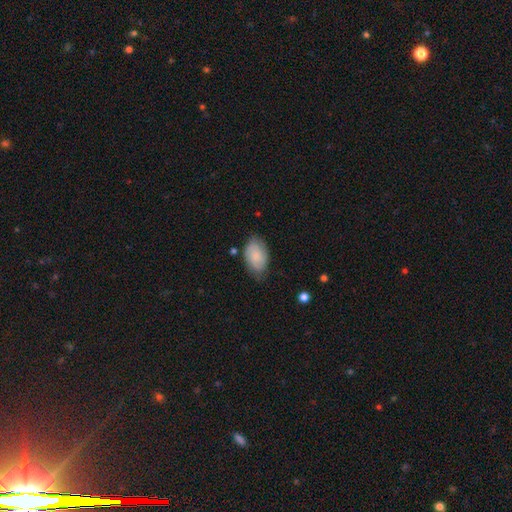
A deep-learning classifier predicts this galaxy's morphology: A smooth galaxy with no disk features (69%) that is in between round and cigar-shaped (92%).

Vote fractions:
- Smooth or featured? smooth: 69% / featured or disk: 24% / star or artifact: 7%
- How rounded? in between: 92% / round: 7% / cigar-shaped: 1%
- Merging? none: 71% / minor disturbance: 22% / major disturbance: 5% / merger: 2%